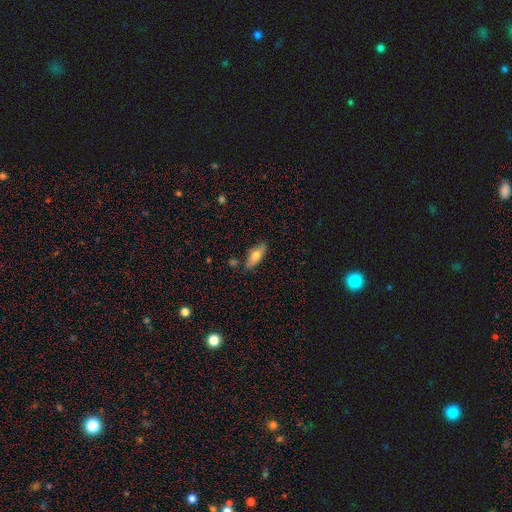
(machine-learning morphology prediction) Smooth or featured? smooth (66%)
How rounded? in between (64%)
Merging? none (79%)